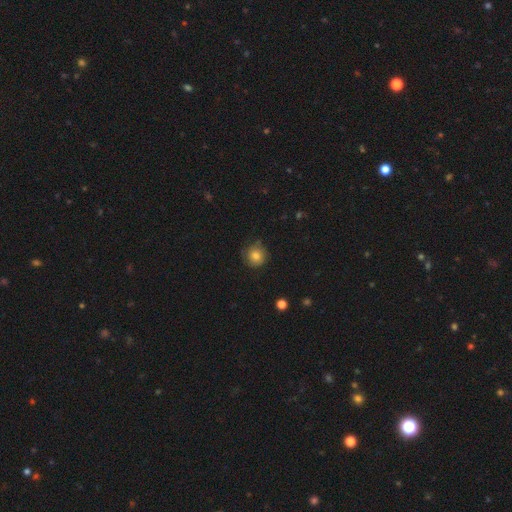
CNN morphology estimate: Smooth or featured? Predicted: smooth (p=0.75). How rounded? Predicted: round (p=0.90). Merging? Predicted: none (p=0.71).